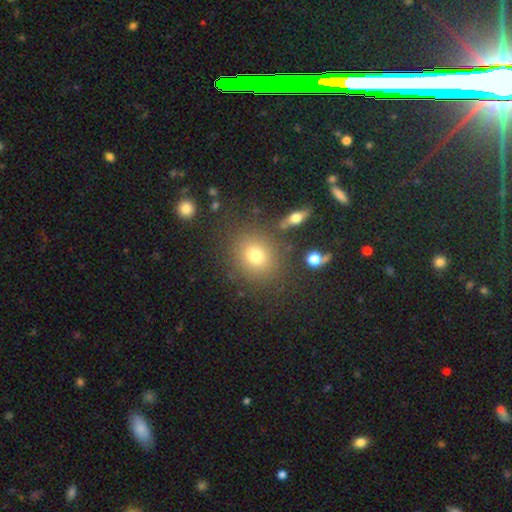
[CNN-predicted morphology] A smooth galaxy with no disk features (74%) that is round (70%). Merging: none (82%).